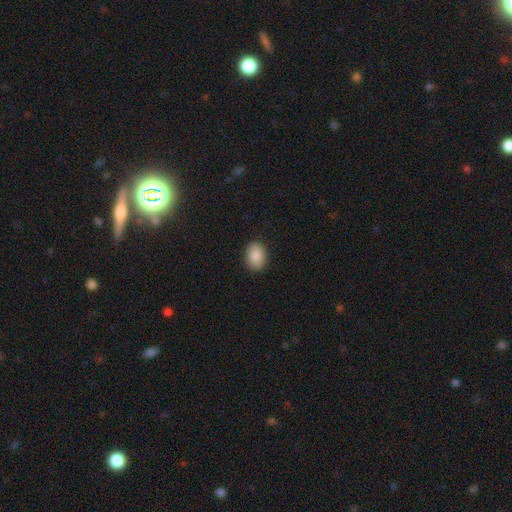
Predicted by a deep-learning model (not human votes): Q: Smooth or featured?
A: smooth (88%); runner-up: star or artifact (7%)
Q: How rounded?
A: in between (66%); runner-up: round (33%)
Q: Merging?
A: none (89%); runner-up: minor disturbance (8%)